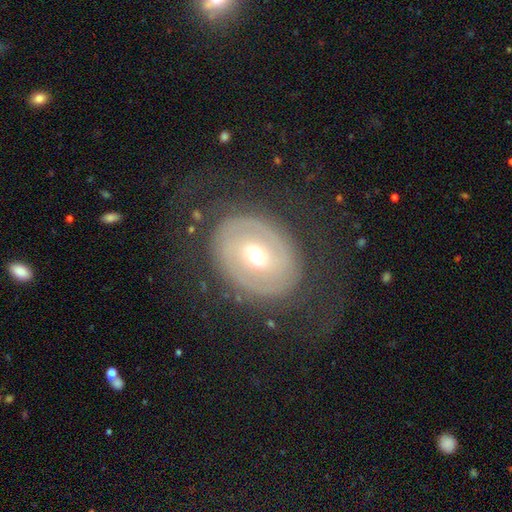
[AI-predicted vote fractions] This appears to be a featured or disk galaxy (72%) with no bar (47%), spiral arms (61%) and a small central bulge (48%, tied with moderate). Merging: none (70%).